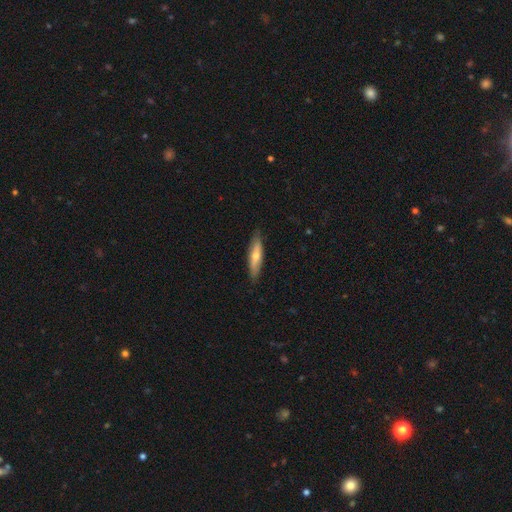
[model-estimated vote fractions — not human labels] smooth-or-featured: smooth: 52% | featured or disk: 43% | star or artifact: 6%
  how-rounded: cigar-shaped: 73% | in between: 25% | round: 2%
  merging: none: 85% | minor disturbance: 12% | major disturbance: 2% | merger: 1%